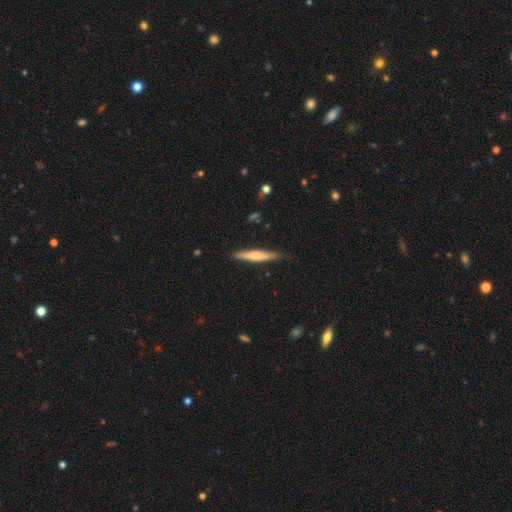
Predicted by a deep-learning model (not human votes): Smooth or featured? smooth (58%)
How rounded? cigar-shaped (93%)
Merging? none (85%)